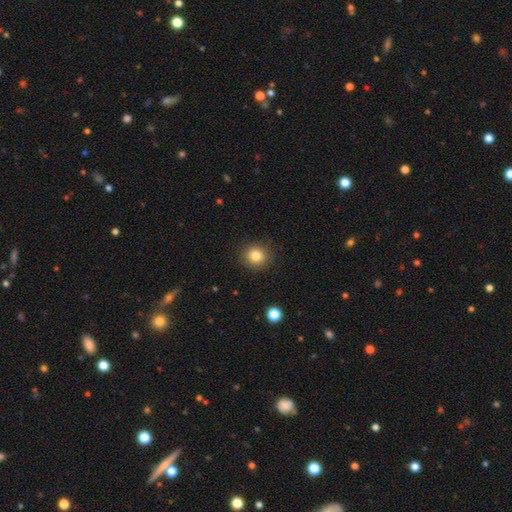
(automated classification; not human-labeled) This appears to be a smooth galaxy with no disk features (83%) that is round (86%). Merging: none (90%).